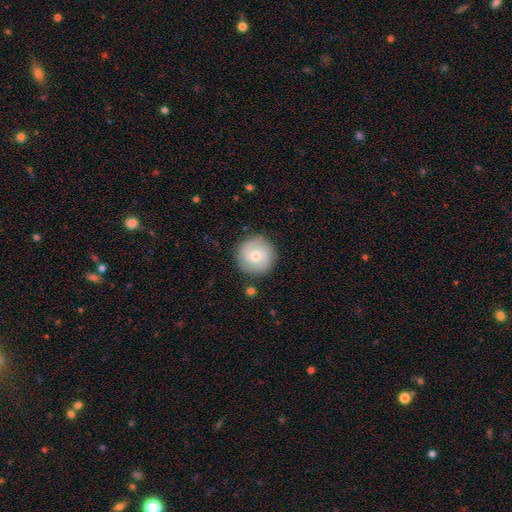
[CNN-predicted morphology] This is possibly a featured or disk galaxy (56%). It is clearly not viewed edge-on (98%). Bar: likely no (67%). Spiral arm pattern: clearly yes (87%). Central bulge: possibly moderate (53%). Merging: clearly none (86%).